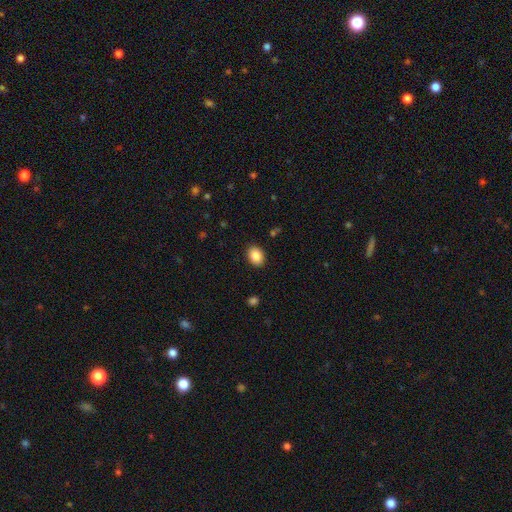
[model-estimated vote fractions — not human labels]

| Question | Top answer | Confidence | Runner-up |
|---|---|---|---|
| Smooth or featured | smooth | 87% | star or artifact (8%) |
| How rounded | in between | 67% | round (32%) |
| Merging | none | 89% | minor disturbance (8%) |